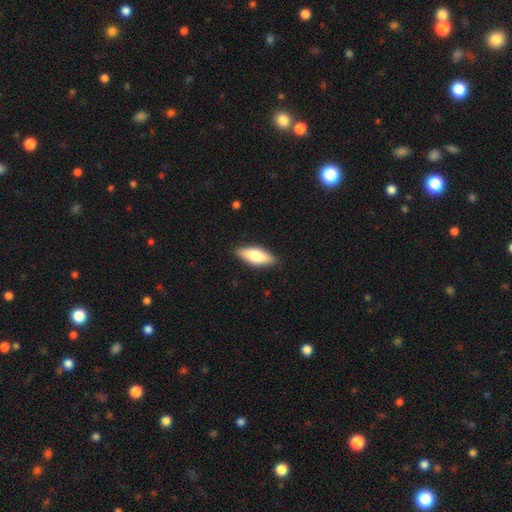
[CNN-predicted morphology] smooth_or_featured: smooth (p=0.68) [alt: featured or disk p=0.27]
how_rounded: in between (p=0.69) [alt: cigar-shaped p=0.28]
merging: none (p=0.88) [alt: minor disturbance p=0.10]